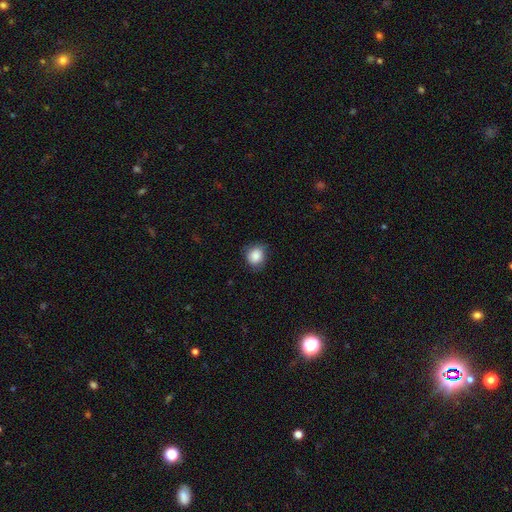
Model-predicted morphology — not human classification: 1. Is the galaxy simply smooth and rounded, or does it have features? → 85% smooth, 8% star or artifact, 6% featured or disk.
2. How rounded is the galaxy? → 75% round, 24% in between, 1% cigar-shaped.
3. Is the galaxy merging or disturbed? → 72% none, 23% minor disturbance, 5% major disturbance, 1% merger.